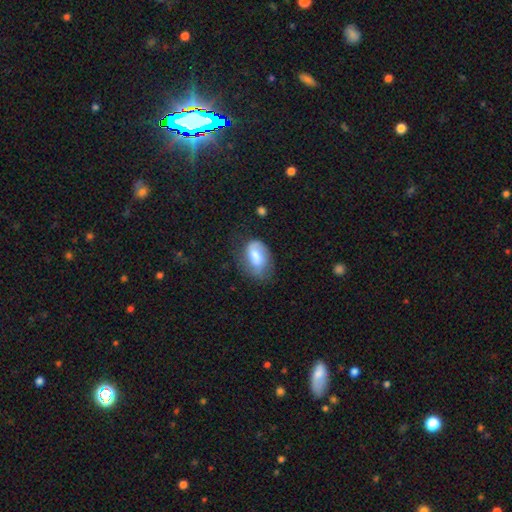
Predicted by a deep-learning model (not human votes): Overall: smooth (54%; featured or disk 38%). How rounded: in between (88%). Merging: none (47%; minor disturbance 32%).